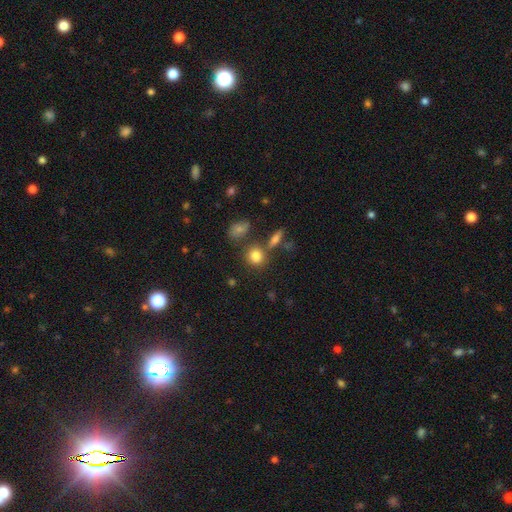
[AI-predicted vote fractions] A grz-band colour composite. It shows a smooth galaxy with no disk features (80%) that is round (72%). Merging: none (68%).